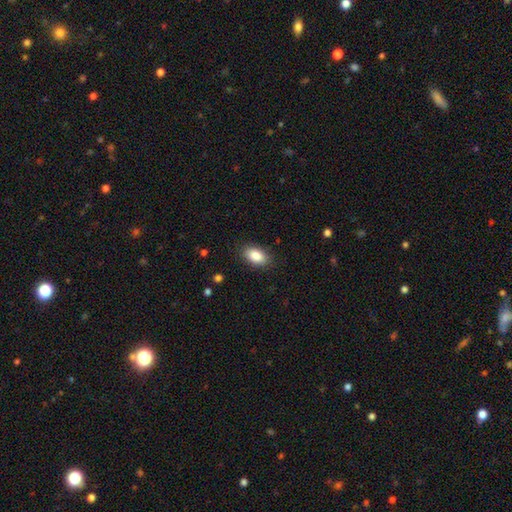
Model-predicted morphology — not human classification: The model was most divided on "merging": none: 87%, minor disturbance: 10%, major disturbance: 3%, merger: 1%. More confident: how rounded — in between (92%); smooth or featured — smooth (87%).